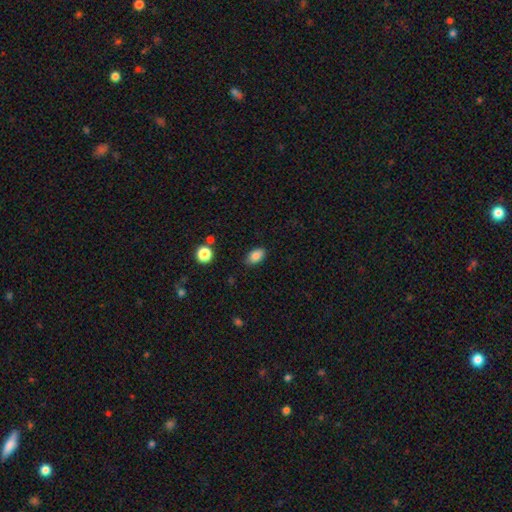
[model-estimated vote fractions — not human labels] smooth_or_featured: smooth (p=0.85) [alt: star or artifact p=0.09]
how_rounded: in between (p=0.87) [alt: round p=0.12]
merging: none (p=0.83) [alt: minor disturbance p=0.13]